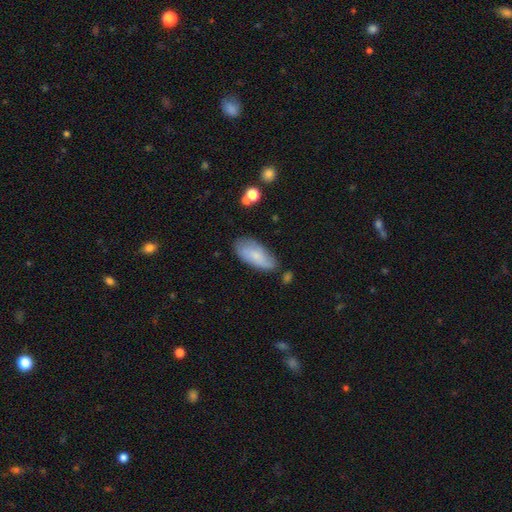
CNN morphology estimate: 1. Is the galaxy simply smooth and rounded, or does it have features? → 70% smooth, 23% featured or disk, 7% star or artifact.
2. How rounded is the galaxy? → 85% in between, 13% cigar-shaped, 2% round.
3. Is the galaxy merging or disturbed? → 67% none, 24% minor disturbance, 5% major disturbance, 4% merger.